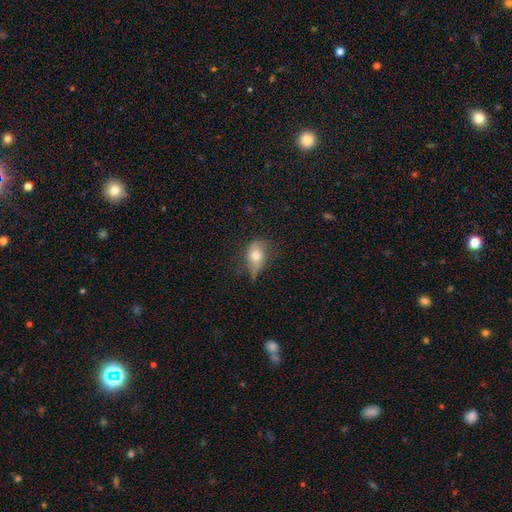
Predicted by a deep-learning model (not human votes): The model was most divided on "merging": minor disturbance: 40%, none: 39%, major disturbance: 19%, merger: 3%. More confident: how rounded — in between (74%); smooth or featured — smooth (70%).